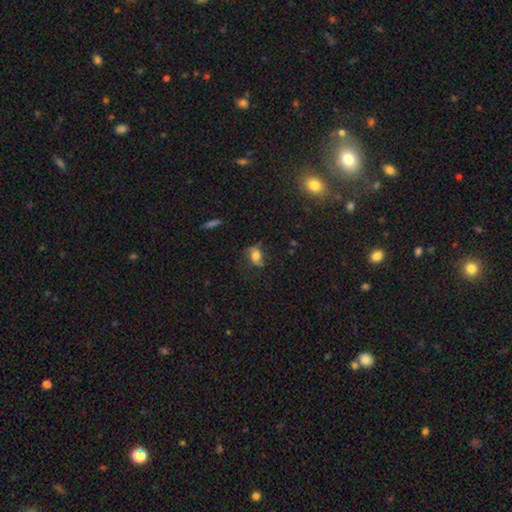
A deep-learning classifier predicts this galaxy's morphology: A smooth galaxy with no disk features (51%) that is in between round and cigar-shaped (73%).

Vote fractions:
- Smooth or featured? smooth: 51% / featured or disk: 38% / star or artifact: 11%
- How rounded? in between: 73% / round: 24% / cigar-shaped: 3%
- Merging? none: 62% / minor disturbance: 24% / major disturbance: 12% / merger: 2%